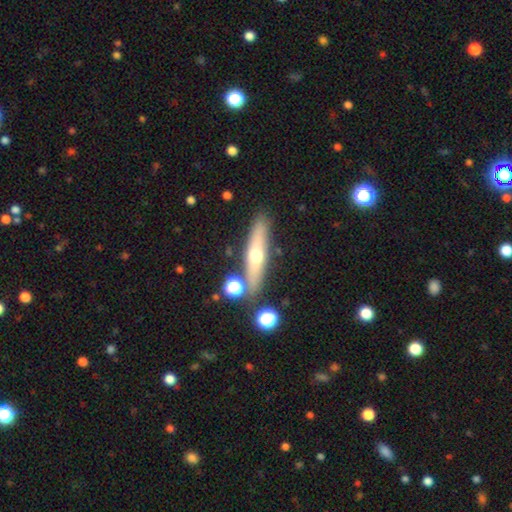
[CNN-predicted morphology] This appears to be a featured or disk galaxy (48%). Merging: none (82%).